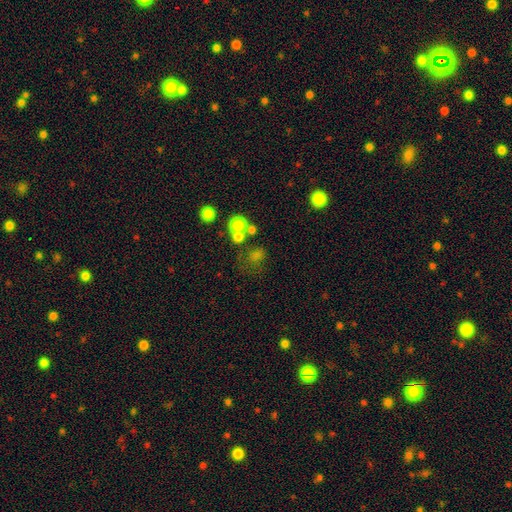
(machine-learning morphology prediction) smooth_or_featured: smooth (p=0.61) [alt: star or artifact p=0.25]
how_rounded: round (p=0.73) [alt: in between p=0.26]
merging: none (p=0.51) [alt: merger p=0.23]